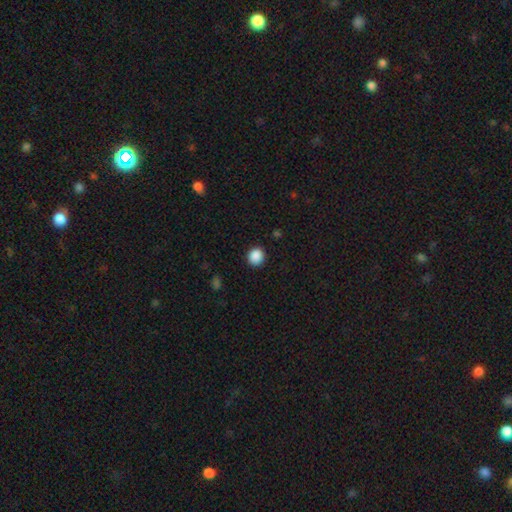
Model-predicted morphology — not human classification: A smooth galaxy with no disk features (88%) that is round (89%). Merging: none (91%).